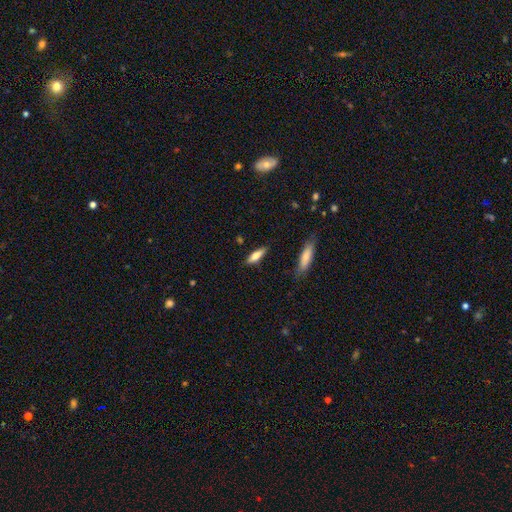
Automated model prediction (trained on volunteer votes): A smooth galaxy with no disk features (70%) that is cigar-shaped (52%). Merging: none (83%).